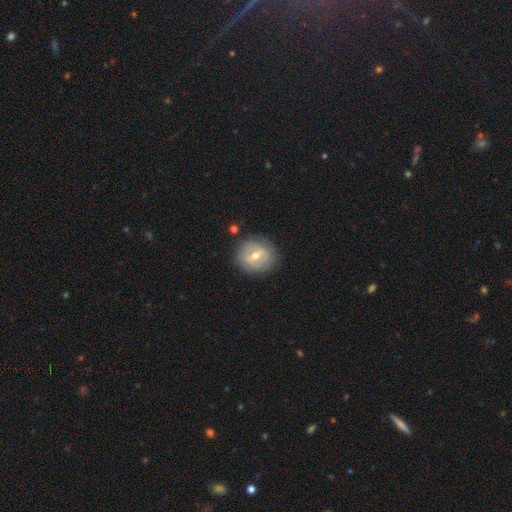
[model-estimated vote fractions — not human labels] smooth_or_featured: featured or disk (p=0.54) [alt: smooth p=0.37]
disk_edge_on: no (p=0.92) [alt: yes p=0.08]
merging: none (p=0.84) [alt: minor disturbance p=0.11]